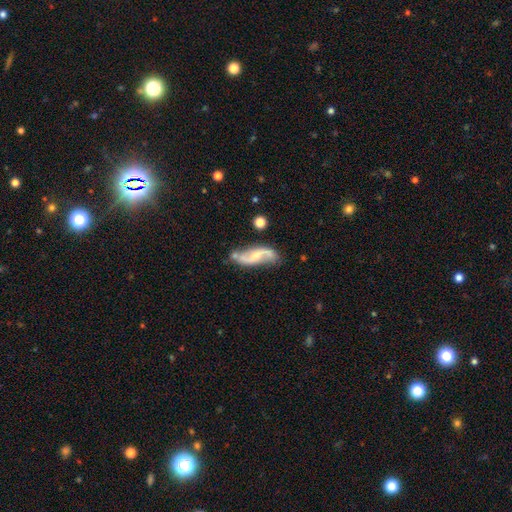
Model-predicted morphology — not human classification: smooth_or_featured: featured or disk (p=0.80) [alt: smooth p=0.15]
disk_edge_on: no (p=0.93) [alt: yes p=0.07]
bar: no (p=0.46) [alt: weak p=0.40]
has_spiral_arms: yes (p=0.94) [alt: no p=0.06]
spiral_winding: loose (p=0.71) [alt: medium p=0.22]
spiral_arm_count: 2 (p=0.92) [alt: can't tell p=0.03]
bulge_size: small (p=0.52) [alt: moderate p=0.35]
merging: none (p=0.63) [alt: minor disturbance p=0.20]